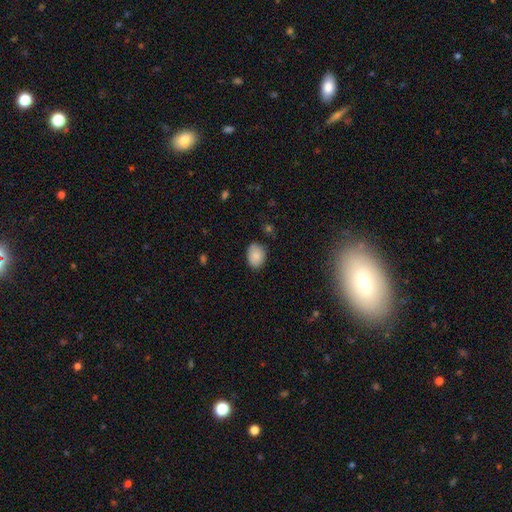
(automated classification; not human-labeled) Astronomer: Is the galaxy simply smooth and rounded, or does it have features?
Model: smooth — 87%.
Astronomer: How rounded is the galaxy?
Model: in between — 72%.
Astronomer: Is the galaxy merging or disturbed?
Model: none — 81%.